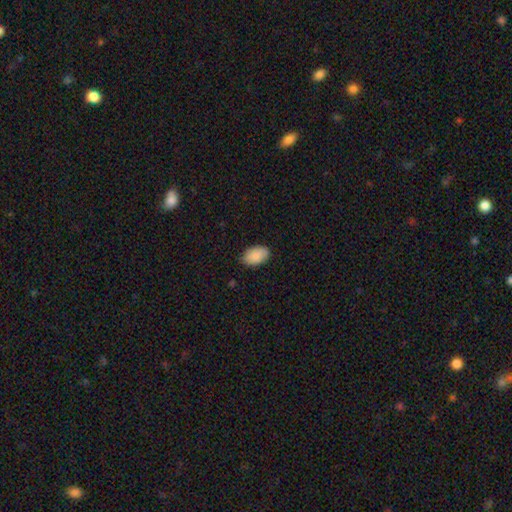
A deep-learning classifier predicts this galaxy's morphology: The model was most divided on "merging": none: 86%, minor disturbance: 11%, major disturbance: 2%, merger: 1%. More confident: how rounded — in between (93%); smooth or featured — smooth (89%).